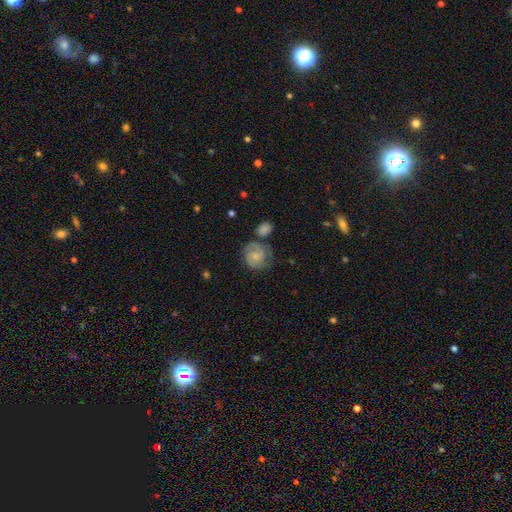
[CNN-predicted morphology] This is likely a featured or disk galaxy (65%). It is clearly not viewed edge-on (98%). Bar: likely no (65%). Spiral arm pattern: clearly yes (92%). Spiral arm count: likely 2 (75%). Spiral winding: possibly tight (49%). Central bulge: possibly small (52%). Merging: possibly none (59%).